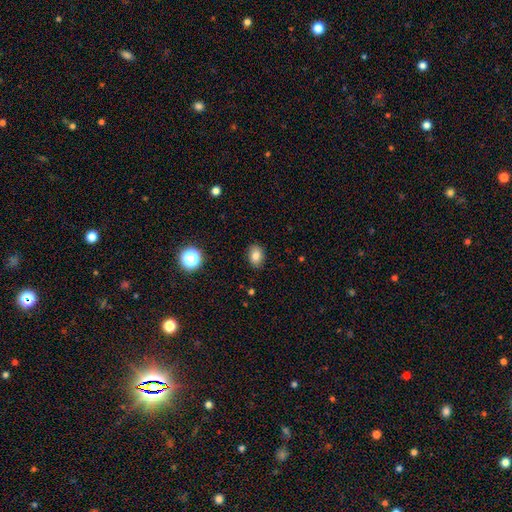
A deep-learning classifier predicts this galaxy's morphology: Smooth or featured? Predicted: smooth (p=0.81). How rounded? Predicted: in between (p=0.74). Merging? Predicted: none (p=0.87).